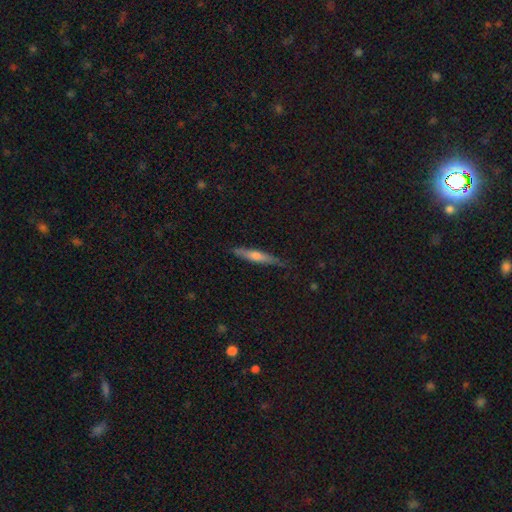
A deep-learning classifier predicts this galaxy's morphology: A featured or disk galaxy (52%) viewed edge-on (94%).

Vote fractions:
- Smooth or featured? featured or disk: 52% / smooth: 41% / star or artifact: 7%
- Edge-on disk? yes: 94% / no: 6%
- Merging? none: 84% / minor disturbance: 13% / major disturbance: 2% / merger: 1%